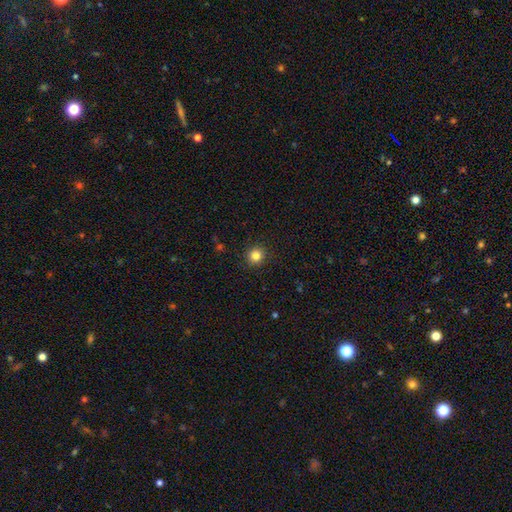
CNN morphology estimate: smooth 83%, star or artifact 12%, featured or disk 5%. Down the decision tree: how rounded — round (92%); merging — none (91%).